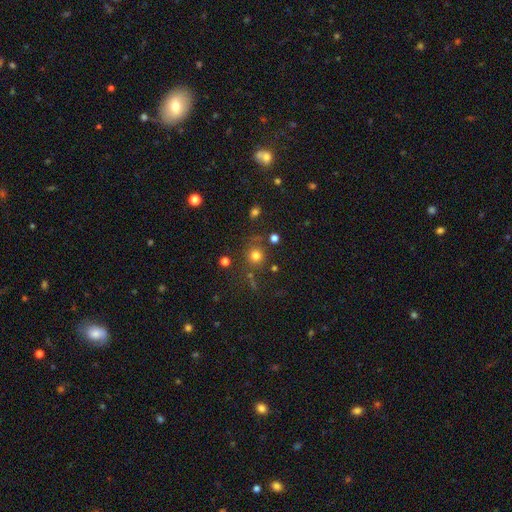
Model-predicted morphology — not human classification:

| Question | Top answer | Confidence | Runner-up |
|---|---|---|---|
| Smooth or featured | smooth | 74% | star or artifact (18%) |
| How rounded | round | 91% | in between (8%) |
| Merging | none | 76% | minor disturbance (12%) |